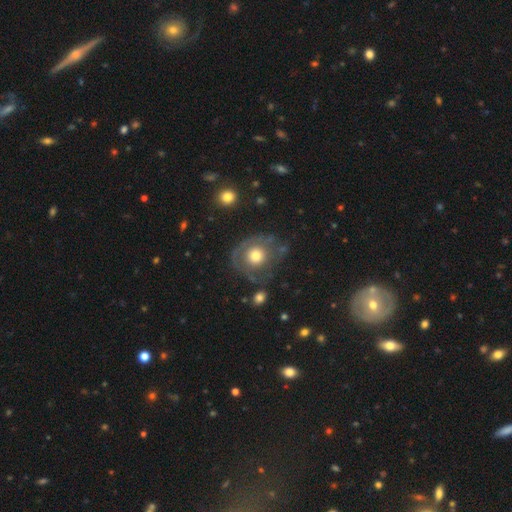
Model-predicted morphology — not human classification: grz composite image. It shows a smooth galaxy with no disk features (50%) that is round (83%). Merging: none (61%).